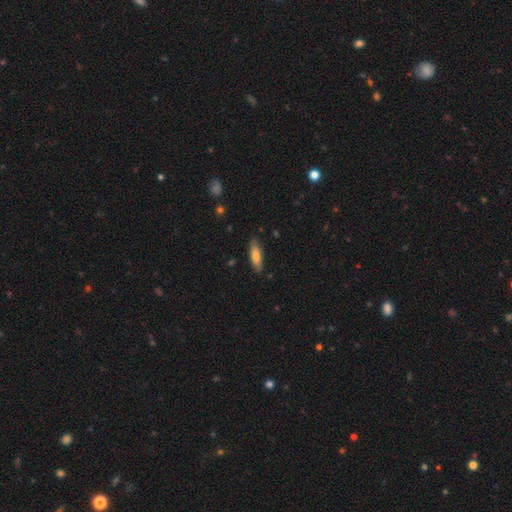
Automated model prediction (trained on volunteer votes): Smooth or featured?
  - smooth: 72% *
  - featured or disk: 22%
  - star or artifact: 6%
How rounded?
  - cigar-shaped: 60% *
  - in between: 39%
  - round: 2%
Merging?
  - none: 84% *
  - minor disturbance: 12%
  - major disturbance: 2%
  - merger: 1%